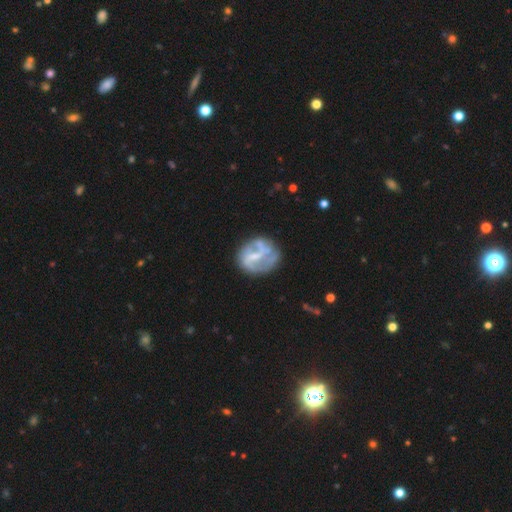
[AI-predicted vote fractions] This is likely a featured or disk galaxy (67%). It is clearly not viewed edge-on (98%). Bar: marginally weak (44%). Spiral arm pattern: possibly yes (59%). Central bulge: marginally small (38%). Merging: possibly none (56%).